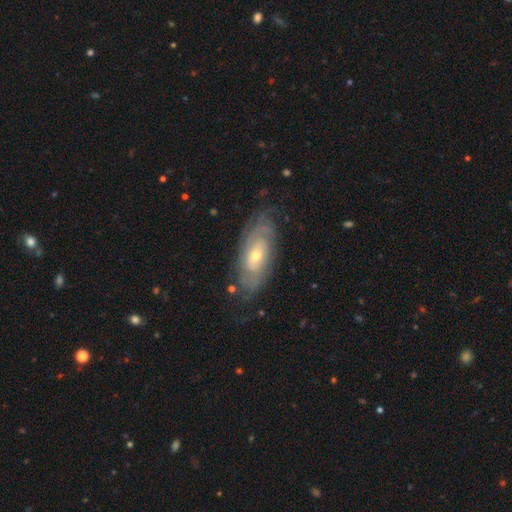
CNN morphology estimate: featured or disk 81%, smooth 13%, star or artifact 6%. Down the decision tree: edge-on disk — no (89%); bar — no (65%); spiral arms — yes (91%); spiral arm count — can't tell (51%); spiral winding — tight (75%); bulge size — small (52%); merging — none (76%).